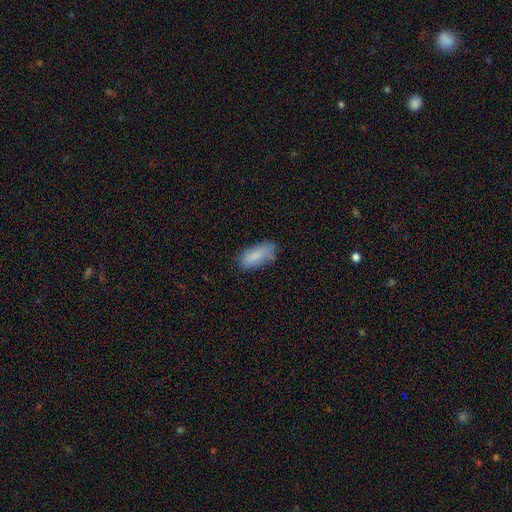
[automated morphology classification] smooth 82%, featured or disk 10%, star or artifact 8%. Down the decision tree: how rounded — in between (82%); merging — none (62%).